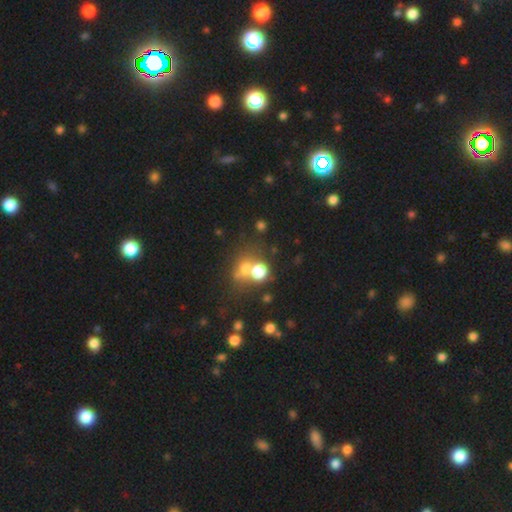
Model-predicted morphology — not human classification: This is possibly a smooth galaxy (50%). How rounded: likely round (76%). Merging: possibly none (52%).